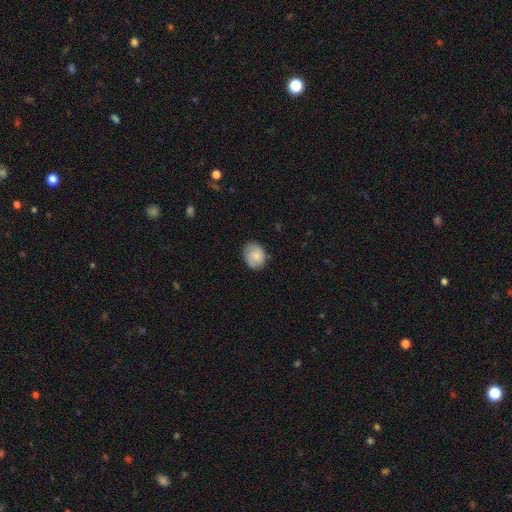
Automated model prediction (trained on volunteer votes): This appears to be a smooth galaxy with no disk features (75%) that is round (54%). Merging: none (74%).